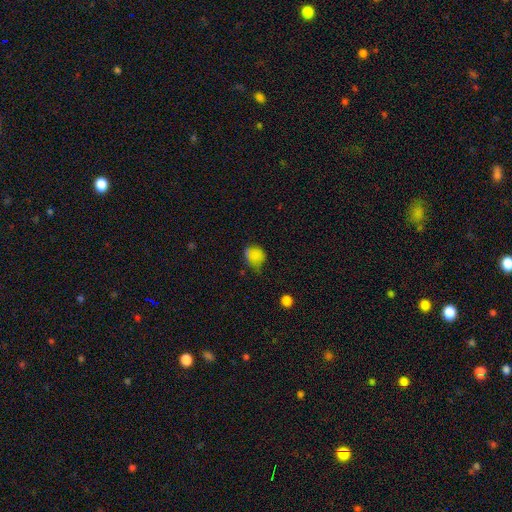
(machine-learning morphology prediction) This is likely a smooth galaxy (74%). How rounded: likely round (75%). Merging: possibly none (46%).